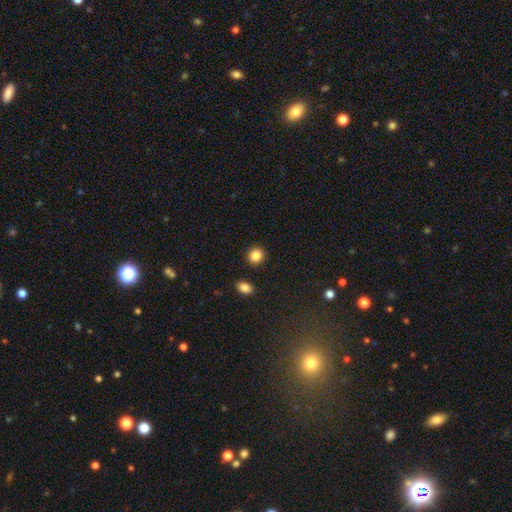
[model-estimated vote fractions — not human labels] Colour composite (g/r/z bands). It shows a smooth galaxy with no disk features (86%) that is round (85%). Merging: none (90%).